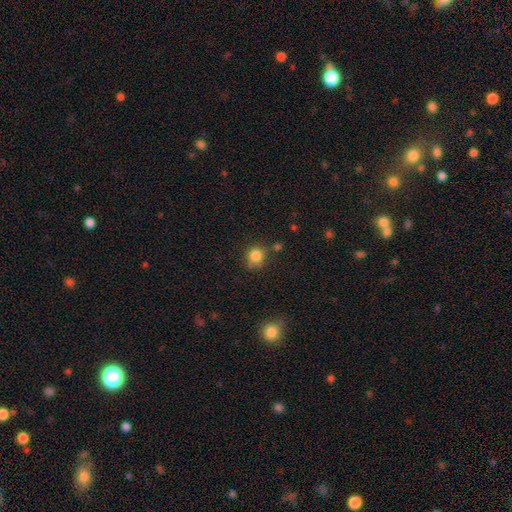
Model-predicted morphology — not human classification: Smooth or featured?
  - smooth: 83% *
  - star or artifact: 12%
  - featured or disk: 6%
How rounded?
  - round: 84% *
  - in between: 15%
  - cigar-shaped: 1%
Merging?
  - none: 68% *
  - minor disturbance: 18%
  - merger: 9%
  - major disturbance: 5%